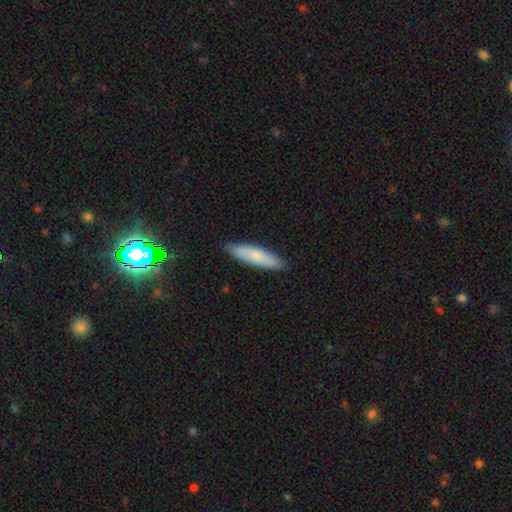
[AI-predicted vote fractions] Morphology: type=smooth (74%); roundness=cigar-shaped (73%); merging=none (87%).